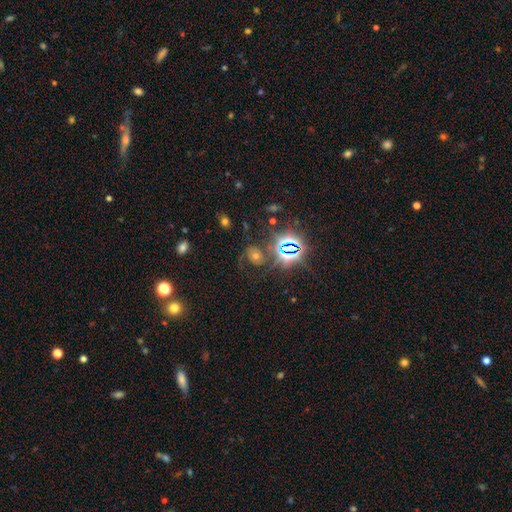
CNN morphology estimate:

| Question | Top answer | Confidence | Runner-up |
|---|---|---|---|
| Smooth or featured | star or artifact | 48% | smooth (29%) |